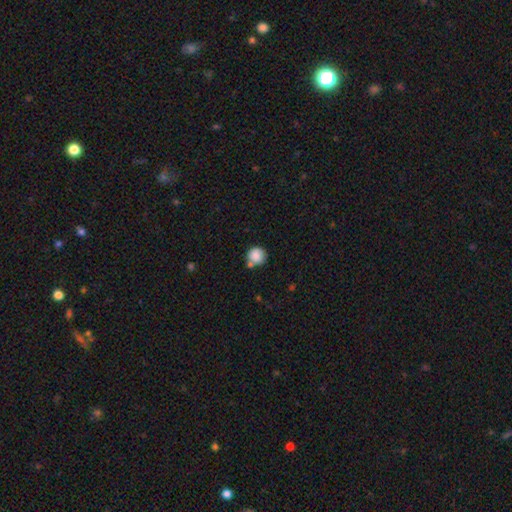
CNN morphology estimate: A smooth galaxy with no disk features (86%) that is round (91%).

Vote fractions:
- Smooth or featured? smooth: 86% / star or artifact: 8% / featured or disk: 5%
- How rounded? round: 91% / in between: 8% / cigar-shaped: 1%
- Merging? none: 62% / merger: 19% / minor disturbance: 15% / major disturbance: 4%